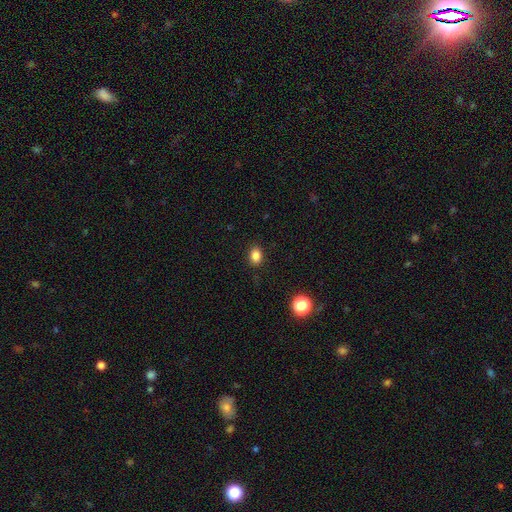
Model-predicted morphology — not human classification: smooth-or-featured: smooth: 84% | star or artifact: 12% | featured or disk: 4%
  how-rounded: in between: 65% | round: 34% | cigar-shaped: 1%
  merging: none: 89% | minor disturbance: 8% | major disturbance: 2% | merger: 1%